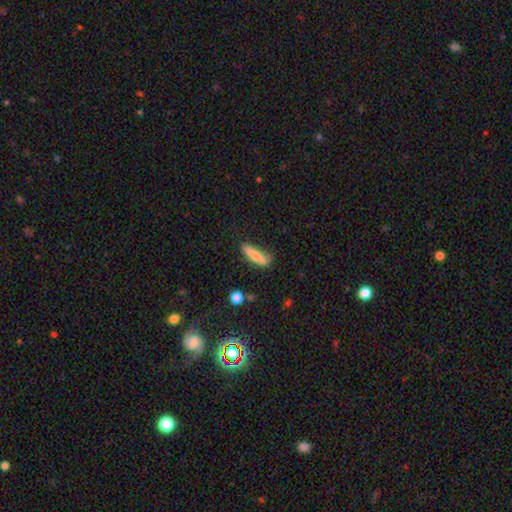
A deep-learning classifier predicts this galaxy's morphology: Smooth or featured? Predicted: smooth (p=0.79). How rounded? Predicted: cigar-shaped (p=0.74). Merging? Predicted: none (p=0.68).